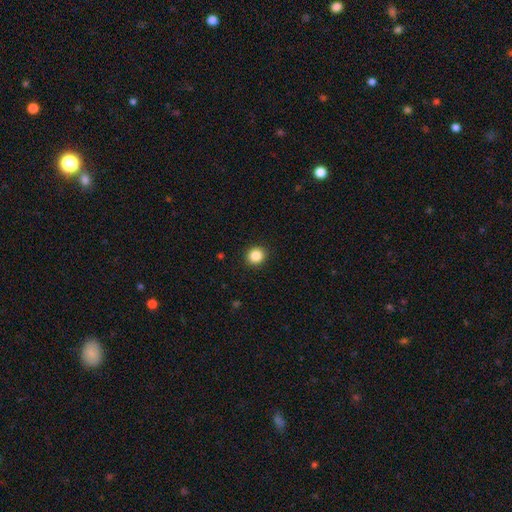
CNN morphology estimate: A smooth galaxy with no disk features (86%) that is round (87%).

Vote fractions:
- Smooth or featured? smooth: 86% / star or artifact: 10% / featured or disk: 4%
- How rounded? round: 87% / in between: 12% / cigar-shaped: 1%
- Merging? none: 91% / minor disturbance: 6% / major disturbance: 2% / merger: 1%